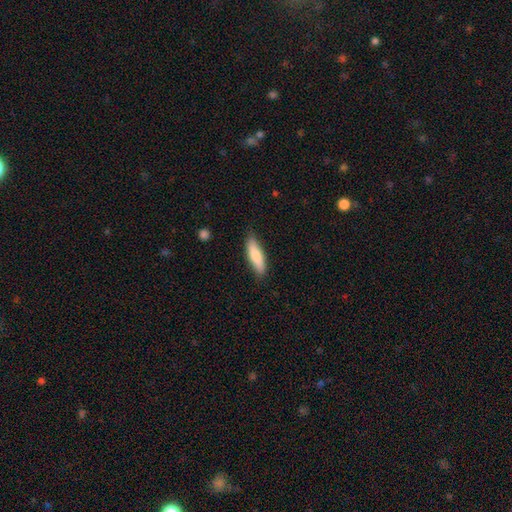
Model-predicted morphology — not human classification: Smooth or featured? Predicted: smooth (p=0.80). How rounded? Predicted: cigar-shaped (p=0.62). Merging? Predicted: none (p=0.84).